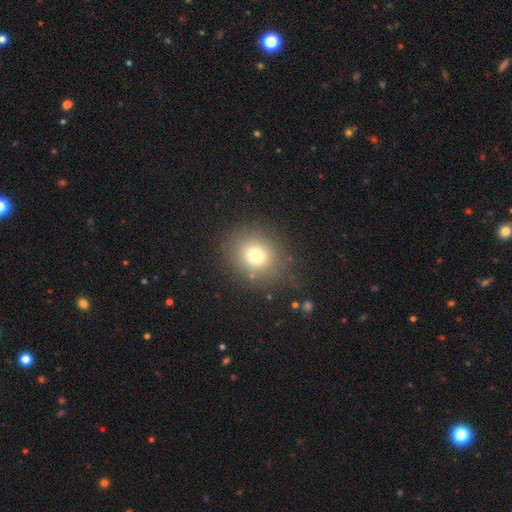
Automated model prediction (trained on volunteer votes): smooth_or_featured: smooth (p=0.74) [alt: star or artifact p=0.16]
how_rounded: round (p=0.75) [alt: in between p=0.24]
merging: none (p=0.83) [alt: minor disturbance p=0.10]